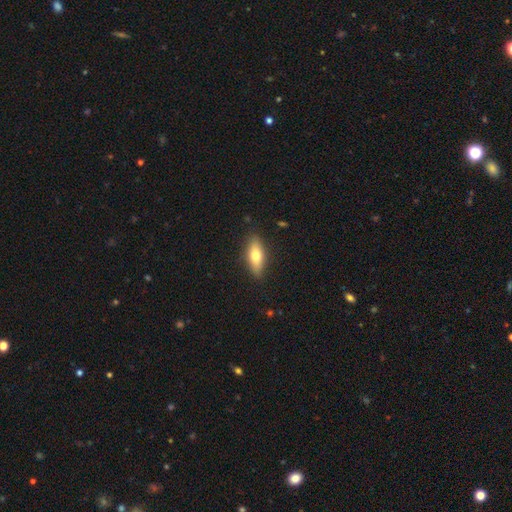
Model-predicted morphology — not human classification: smooth_or_featured: smooth (p=0.65) [alt: featured or disk p=0.28]
how_rounded: in between (p=0.68) [alt: cigar-shaped p=0.29]
merging: none (p=0.86) [alt: minor disturbance p=0.11]